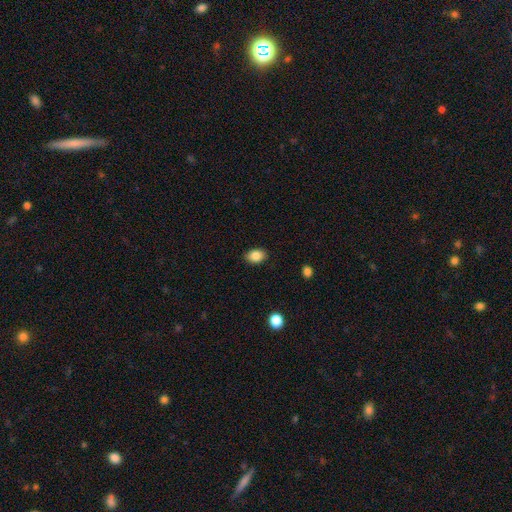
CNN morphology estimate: Smooth or featured: smooth — 86% (star or artifact — 8%)
How rounded: in between — 79% (round — 20%)
Merging: none — 88% (minor disturbance — 9%)